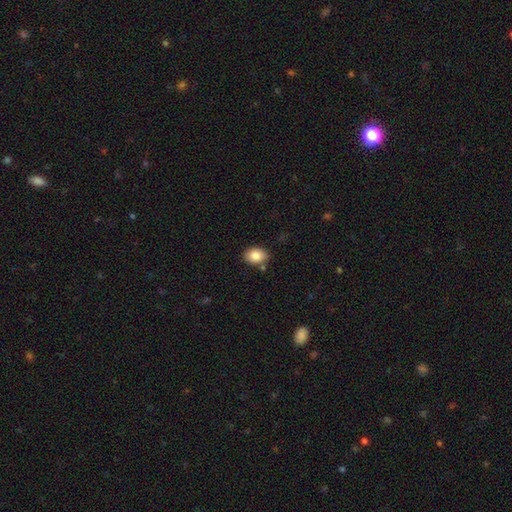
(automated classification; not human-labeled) Smooth or featured: smooth — 85% (star or artifact — 8%)
How rounded: in between — 70% (round — 29%)
Merging: none — 79% (minor disturbance — 12%)